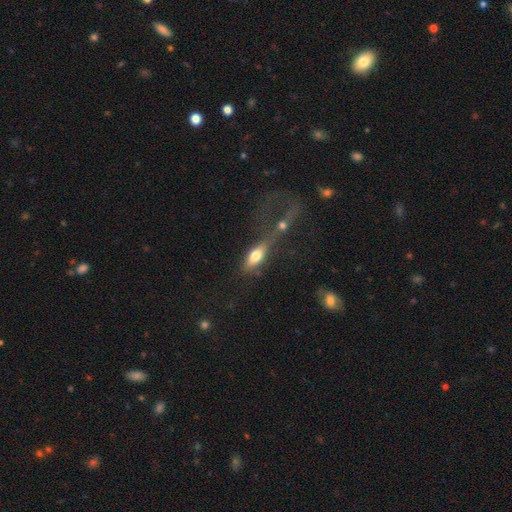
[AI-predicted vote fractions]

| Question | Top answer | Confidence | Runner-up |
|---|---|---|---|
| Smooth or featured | smooth | 63% | featured or disk (29%) |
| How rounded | in between | 70% | cigar-shaped (25%) |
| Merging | none | 41% | merger (24%) |